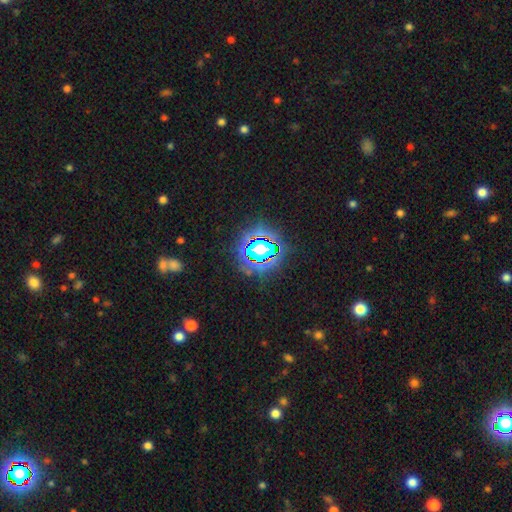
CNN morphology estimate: smooth_or_featured: star or artifact (p=0.78) [alt: smooth p=0.14]